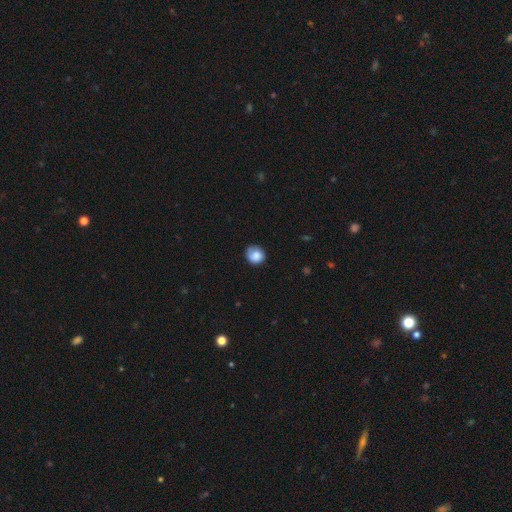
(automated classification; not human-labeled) smooth_or_featured: smooth (p=0.84) [alt: featured or disk p=0.09]
how_rounded: round (p=0.83) [alt: in between p=0.16]
merging: none (p=0.71) [alt: minor disturbance p=0.22]